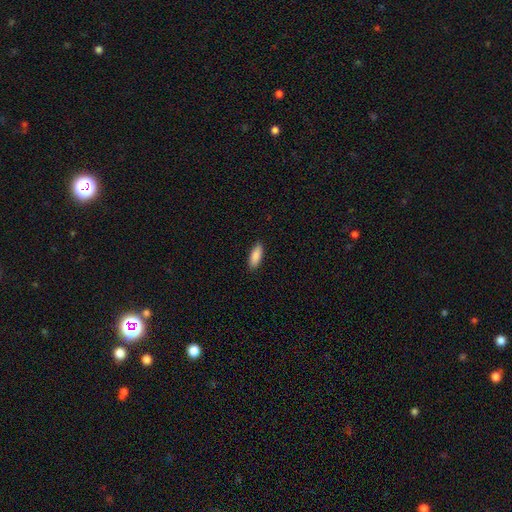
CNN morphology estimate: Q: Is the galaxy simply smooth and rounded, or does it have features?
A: smooth — 89%.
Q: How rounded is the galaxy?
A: in between — 77%.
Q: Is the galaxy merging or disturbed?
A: none — 89%.